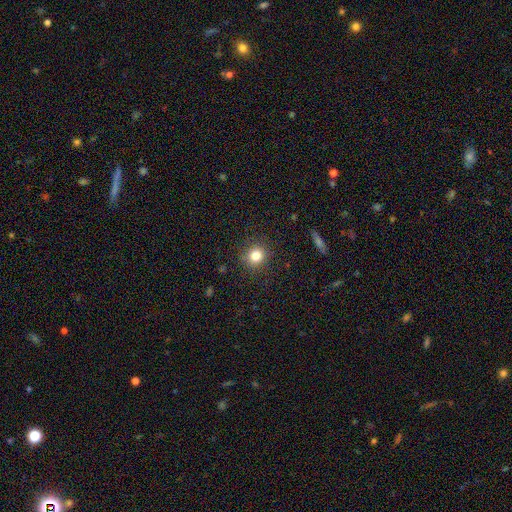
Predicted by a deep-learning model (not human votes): This appears to be a smooth galaxy with no disk features (82%) that is round (87%). Merging: none (89%).